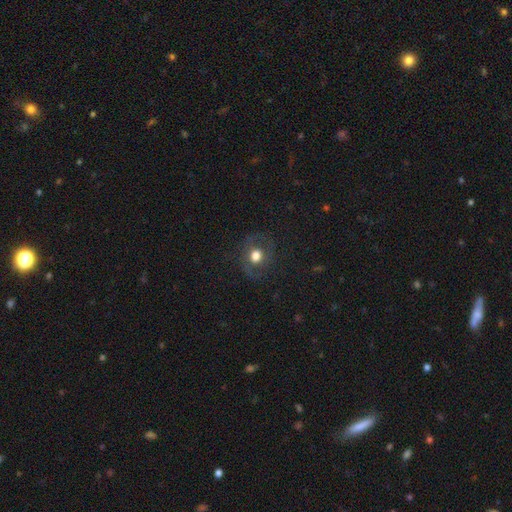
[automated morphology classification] Q: Smooth or featured?
A: smooth (56%); runner-up: featured or disk (30%)
Q: How rounded?
A: round (72%); runner-up: in between (27%)
Q: Merging?
A: none (76%); runner-up: minor disturbance (13%)